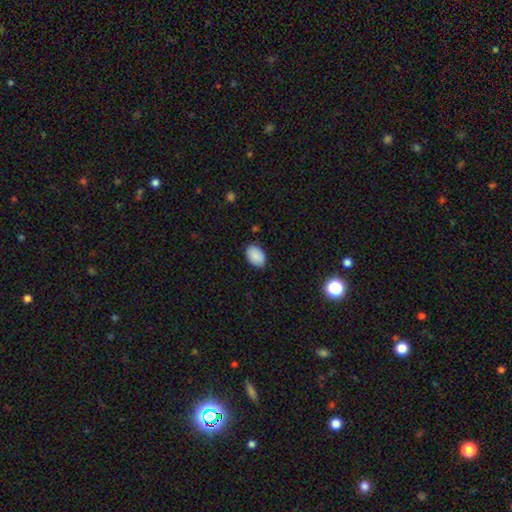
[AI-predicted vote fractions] A smooth galaxy with no disk features (89%) that is in between round and cigar-shaped (86%).

Vote fractions:
- Smooth or featured? smooth: 89% / star or artifact: 7% / featured or disk: 4%
- How rounded? in between: 86% / round: 13% / cigar-shaped: 1%
- Merging? none: 82% / minor disturbance: 15% / major disturbance: 3% / merger: 1%